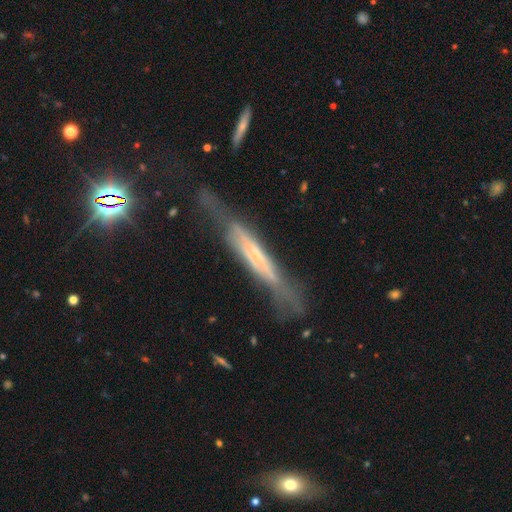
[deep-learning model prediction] Q: Smooth or featured?
A: featured or disk (67%); runner-up: smooth (24%)
Q: Edge-on disk?
A: yes (76%); runner-up: no (24%)
Q: Edge-on bulge?
A: none (49%); runner-up: rounded (27%)
Q: Merging?
A: none (47%); runner-up: minor disturbance (27%)